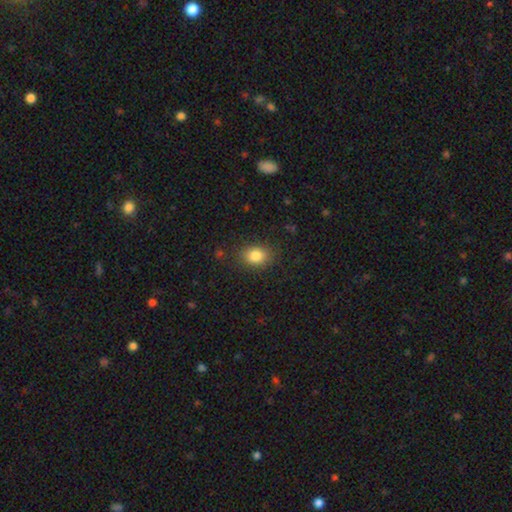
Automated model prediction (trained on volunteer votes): Smooth or featured?
  - smooth: 84% *
  - star or artifact: 10%
  - featured or disk: 6%
How rounded?
  - in between: 64% *
  - round: 35%
  - cigar-shaped: 1%
Merging?
  - none: 84% *
  - minor disturbance: 11%
  - major disturbance: 3%
  - merger: 1%